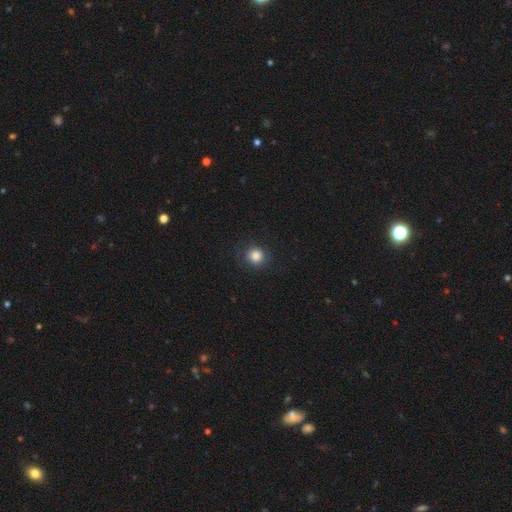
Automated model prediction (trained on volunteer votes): smooth_or_featured: smooth (p=0.84) [alt: star or artifact p=0.12]
how_rounded: round (p=0.90) [alt: in between p=0.09]
merging: none (p=0.86) [alt: minor disturbance p=0.09]